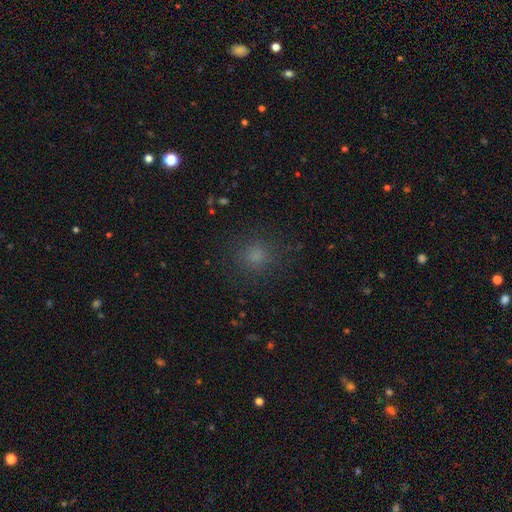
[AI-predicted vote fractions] This appears to be a smooth galaxy with no disk features (75%) that is round (88%). Merging: none (85%).